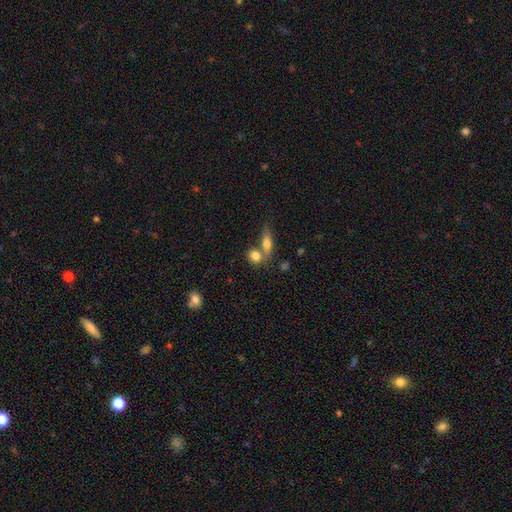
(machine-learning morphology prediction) Smooth or featured? Predicted: smooth (p=0.78). How rounded? Predicted: round (p=0.49). Merging? Predicted: none (p=0.48).